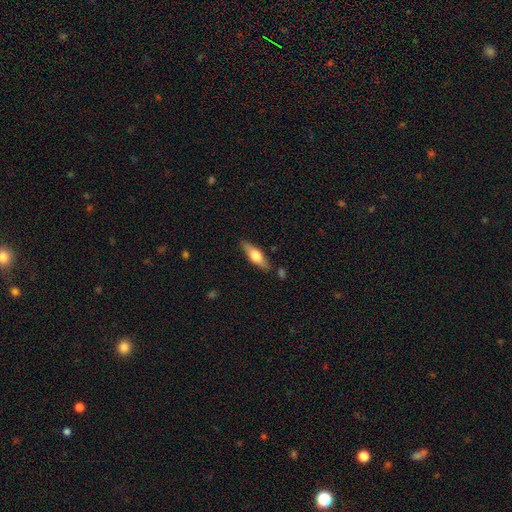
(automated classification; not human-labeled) Morphology: type=smooth (54%); roundness=cigar-shaped (49%); merging=none (83%).